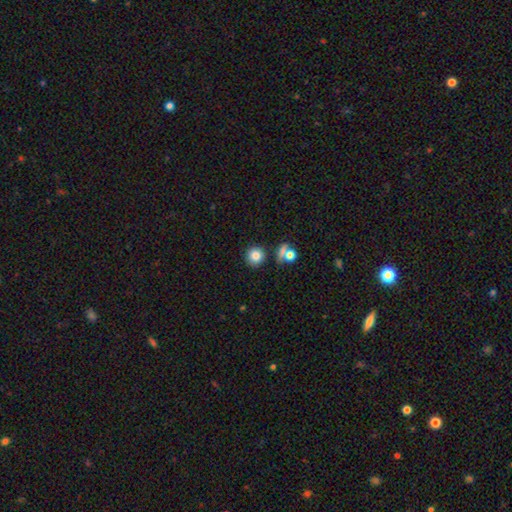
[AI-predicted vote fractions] Smooth or featured? Predicted: smooth (p=0.81). How rounded? Predicted: round (p=0.91). Merging? Predicted: none (p=0.82).